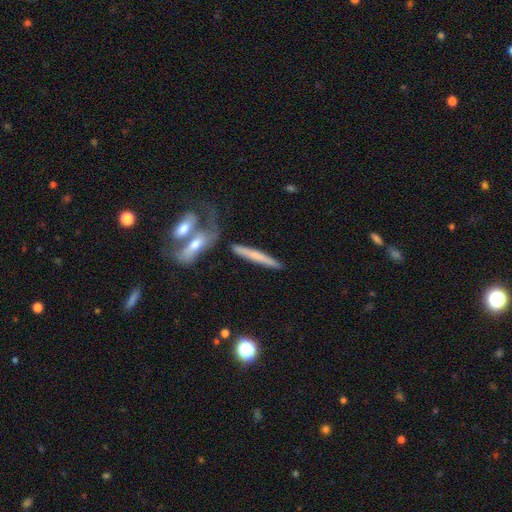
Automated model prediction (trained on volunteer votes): Smooth or featured? Predicted: smooth (p=0.54). How rounded? Predicted: cigar-shaped (p=0.93). Merging? Predicted: none (p=0.69).